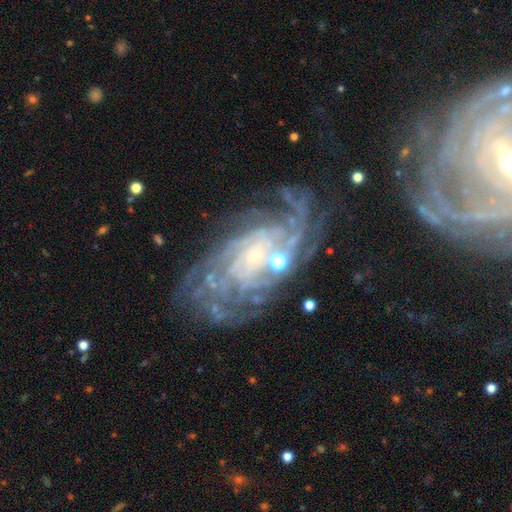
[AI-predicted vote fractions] Overall: featured or disk (88%). Edge-on disk: no (96%). Bar: no (66%). Spiral arms: yes (96%). Spiral arm count: can't tell (27%, tied with more than 4). Spiral winding: tight (67%). Bulge size: small (73%). Merging: none (64%).